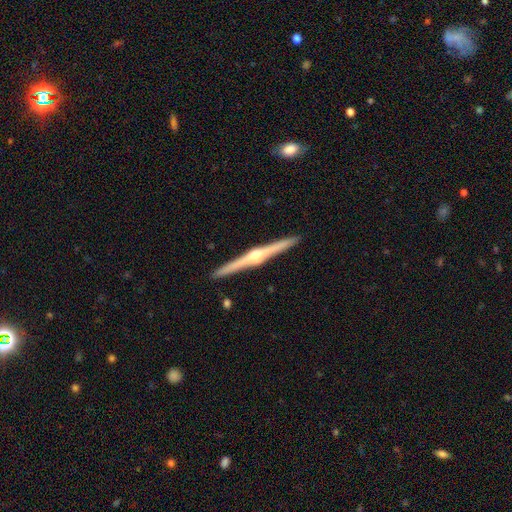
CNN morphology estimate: This appears to be a featured or disk galaxy (85%) viewed edge-on (99%) with a rounded central bulge (93%). Merging: none (93%).